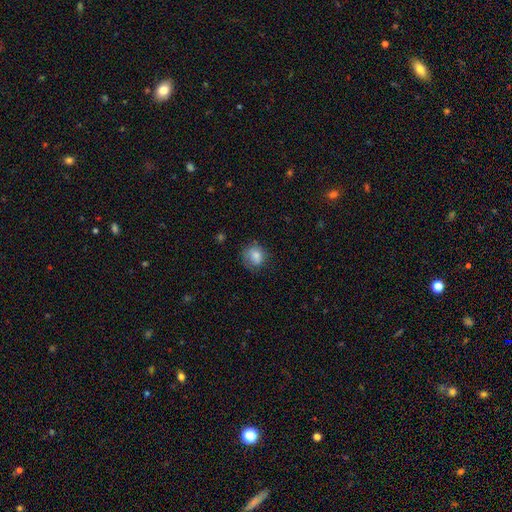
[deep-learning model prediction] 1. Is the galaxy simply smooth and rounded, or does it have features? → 80% smooth, 11% featured or disk, 9% star or artifact.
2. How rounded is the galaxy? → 70% round, 29% in between, 1% cigar-shaped.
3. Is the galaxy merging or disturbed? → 63% none, 25% minor disturbance, 11% major disturbance, 2% merger.